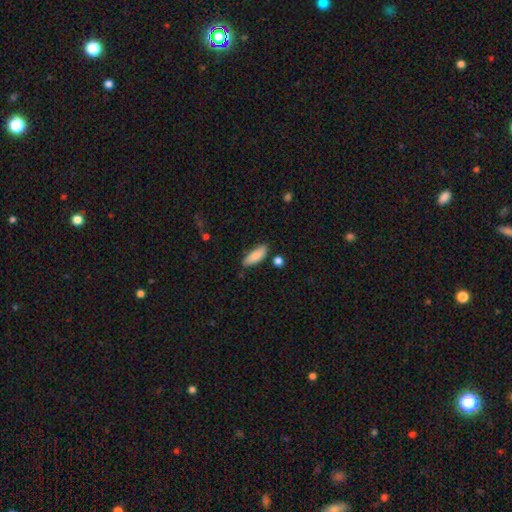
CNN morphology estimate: The model was most divided on "how rounded": in between: 68%, cigar-shaped: 30%, round: 2%. More confident: smooth or featured — smooth (86%); merging — none (76%).